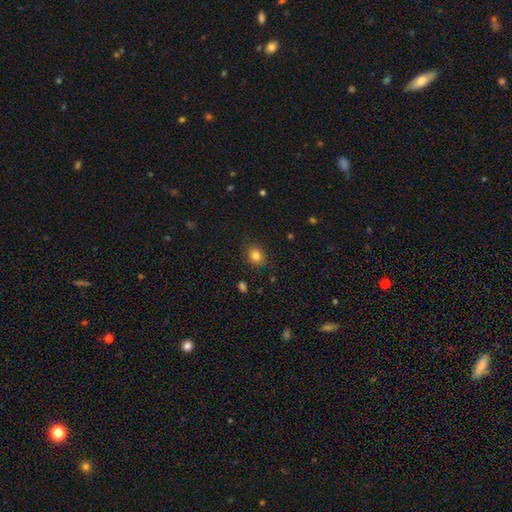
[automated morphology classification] smooth 83%, star or artifact 11%, featured or disk 6%. Down the decision tree: how rounded — round (63%); merging — none (87%).